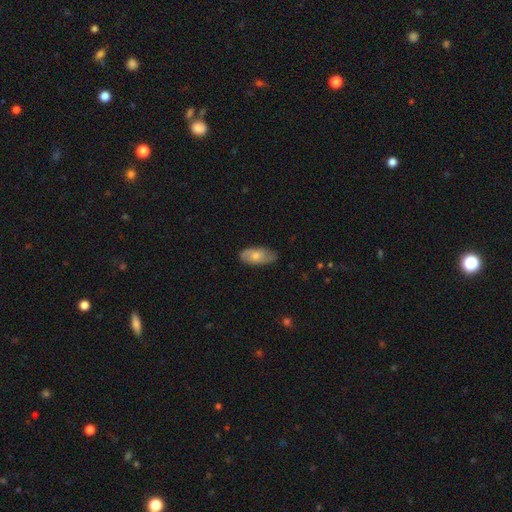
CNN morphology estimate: This appears to be a smooth galaxy with no disk features (62%) that is in between round and cigar-shaped (92%). Merging: none (75%).